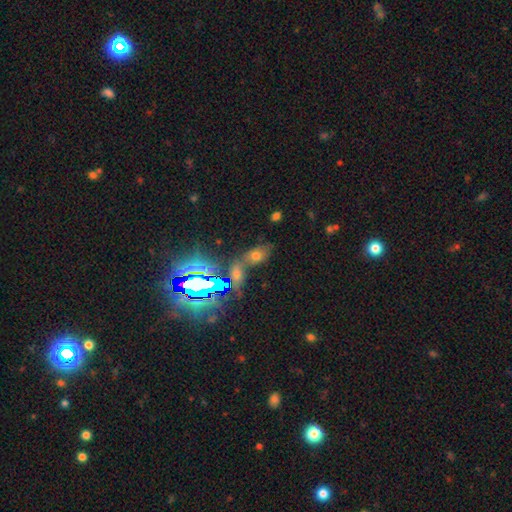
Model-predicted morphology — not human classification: This appears to be a smooth galaxy with no disk features (51%) that is in between round and cigar-shaped (80%). Merging: none (44%).